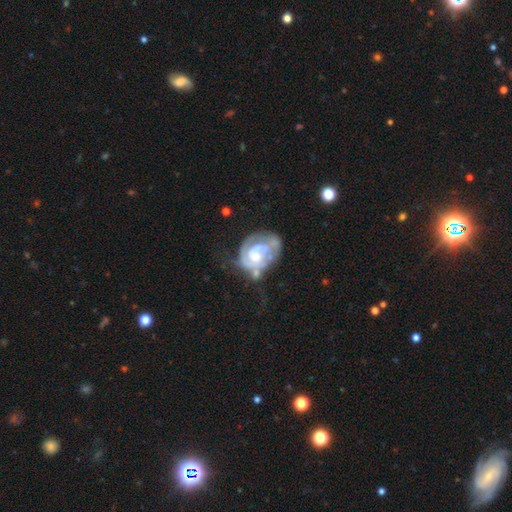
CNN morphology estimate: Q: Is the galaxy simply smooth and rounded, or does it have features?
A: featured or disk — 80%.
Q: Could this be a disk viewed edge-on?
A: no — 98%.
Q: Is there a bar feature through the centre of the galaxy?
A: no — 69%.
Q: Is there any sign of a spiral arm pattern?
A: yes — 84%.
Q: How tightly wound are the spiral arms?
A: tight — 59%.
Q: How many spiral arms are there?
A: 2 — 36%.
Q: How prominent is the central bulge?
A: moderate — 43%.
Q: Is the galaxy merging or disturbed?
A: none — 38%.